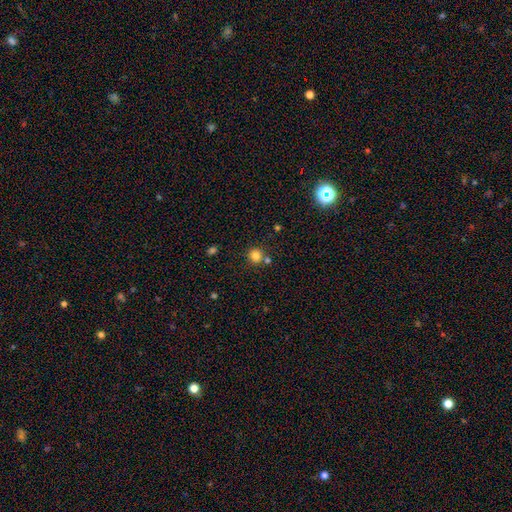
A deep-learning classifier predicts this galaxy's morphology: A smooth galaxy with no disk features (81%) that is round (91%).

Vote fractions:
- Smooth or featured? smooth: 81% / star or artifact: 13% / featured or disk: 6%
- How rounded? round: 91% / in between: 8% / cigar-shaped: 1%
- Merging? none: 73% / merger: 16% / minor disturbance: 9% / major disturbance: 3%